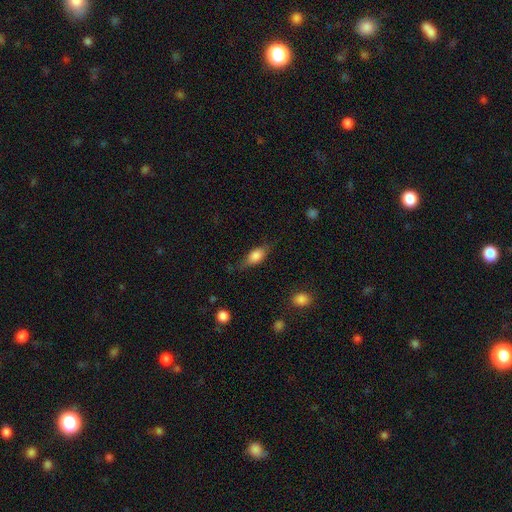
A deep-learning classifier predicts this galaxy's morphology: This is likely a smooth galaxy (76%). How rounded: likely in between (79%). Merging: likely none (68%).